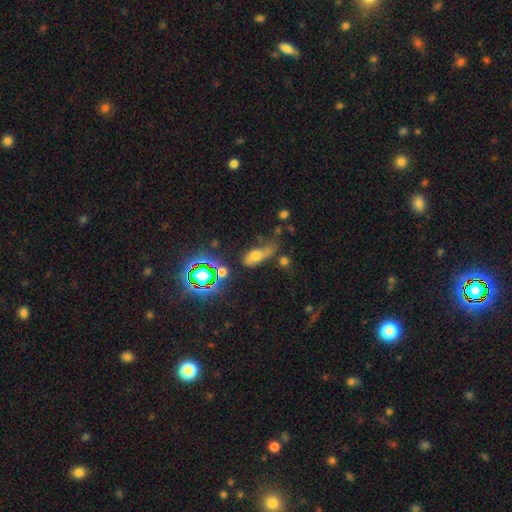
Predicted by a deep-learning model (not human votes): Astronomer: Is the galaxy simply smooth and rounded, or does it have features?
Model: smooth — 52%.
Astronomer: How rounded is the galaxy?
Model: in between — 72%.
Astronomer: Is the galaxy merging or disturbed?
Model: none — 34% (runner-up: minor disturbance, 30%).